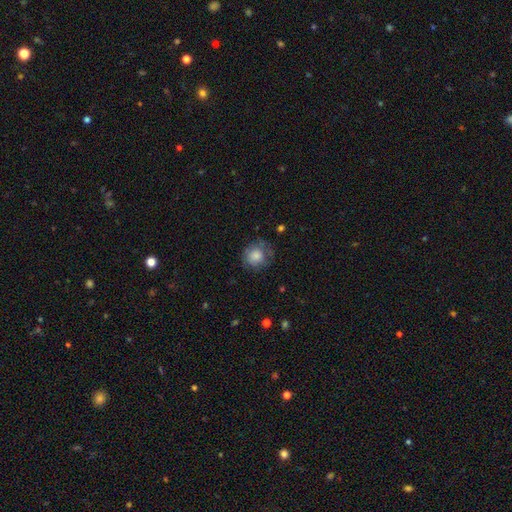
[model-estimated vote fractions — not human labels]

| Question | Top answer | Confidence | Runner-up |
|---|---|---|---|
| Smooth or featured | smooth | 75% | featured or disk (17%) |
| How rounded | round | 85% | in between (14%) |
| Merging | none | 62% | minor disturbance (25%) |